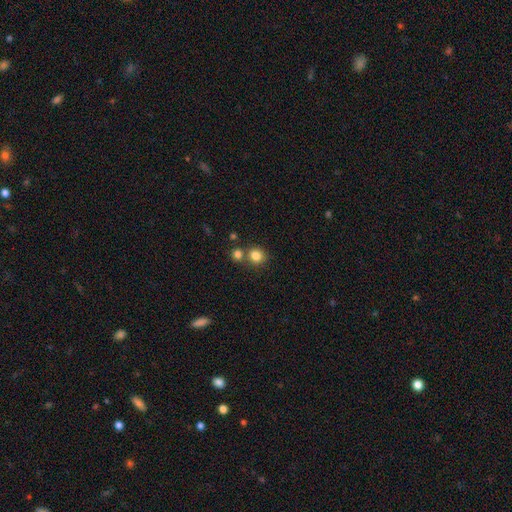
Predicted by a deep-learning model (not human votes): smooth-or-featured: smooth: 82% | star or artifact: 12% | featured or disk: 6%
  how-rounded: round: 86% | in between: 13% | cigar-shaped: 1%
  merging: none: 66% | merger: 24% | minor disturbance: 8% | major disturbance: 3%